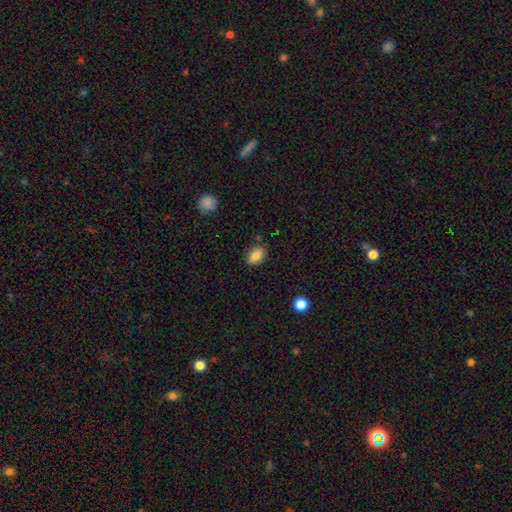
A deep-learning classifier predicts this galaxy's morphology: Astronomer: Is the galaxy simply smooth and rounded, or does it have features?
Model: smooth — 86%.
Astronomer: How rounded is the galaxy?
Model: in between — 82%.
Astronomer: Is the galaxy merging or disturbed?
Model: none — 82%.